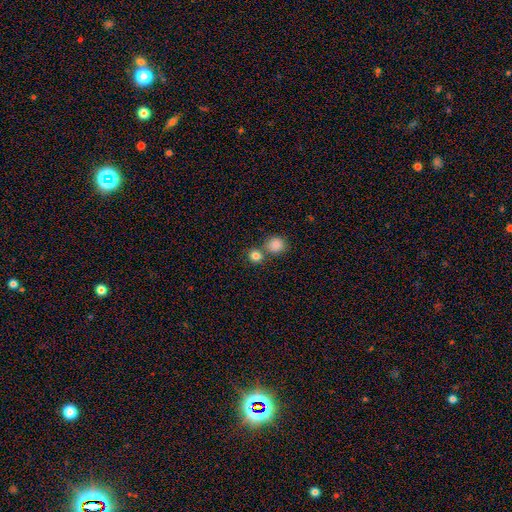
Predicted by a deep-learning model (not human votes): Smooth or featured: smooth — 83% (star or artifact — 12%)
How rounded: round — 87% (in between — 12%)
Merging: none — 61% (merger — 29%)